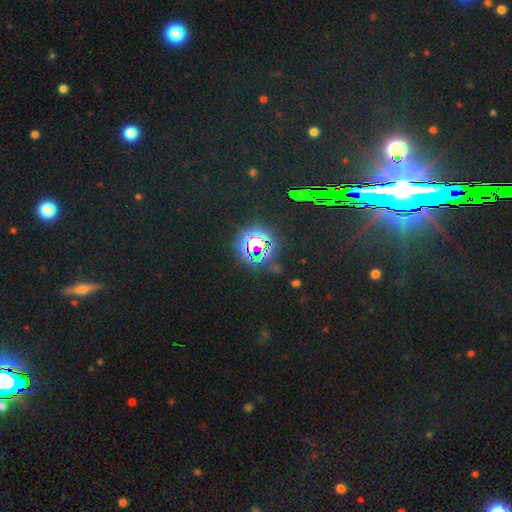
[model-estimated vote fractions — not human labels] Q: Smooth or featured?
A: star or artifact (79%); runner-up: smooth (13%)